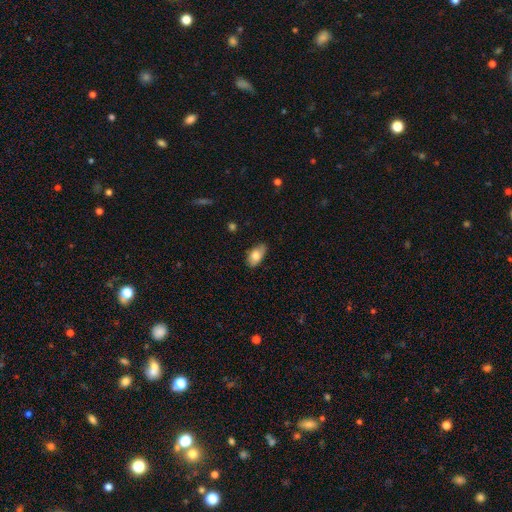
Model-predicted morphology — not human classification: smooth 78%, featured or disk 15%, star or artifact 7%. Down the decision tree: how rounded — in between (92%); merging — none (74%).